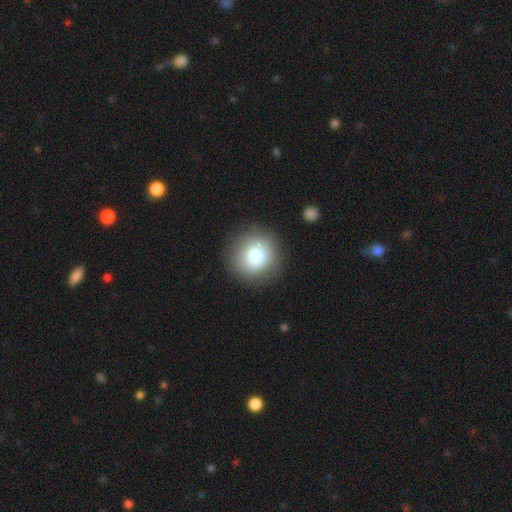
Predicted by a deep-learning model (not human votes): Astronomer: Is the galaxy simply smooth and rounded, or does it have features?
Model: smooth — 76%.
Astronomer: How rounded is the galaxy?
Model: round — 92%.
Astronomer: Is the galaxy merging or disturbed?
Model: none — 86%.